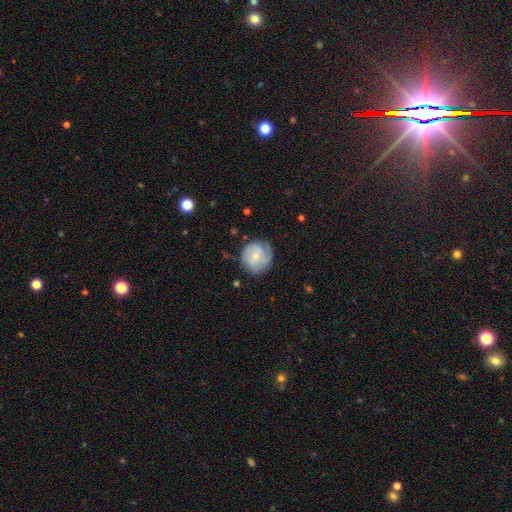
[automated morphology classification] This appears to be a smooth galaxy with no disk features (49%). Merging: none (69%).